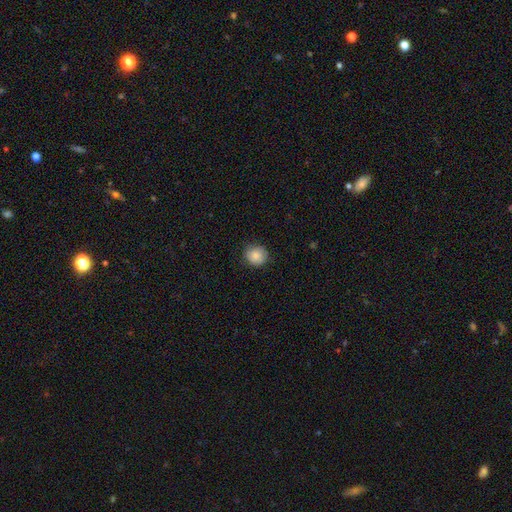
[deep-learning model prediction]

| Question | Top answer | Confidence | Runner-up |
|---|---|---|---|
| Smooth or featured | smooth | 85% | star or artifact (8%) |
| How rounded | round | 88% | in between (11%) |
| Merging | none | 82% | minor disturbance (14%) |